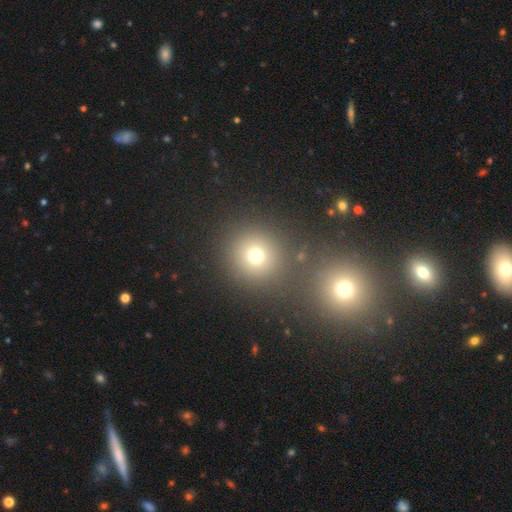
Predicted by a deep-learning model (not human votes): smooth_or_featured: smooth (p=0.71) [alt: star or artifact p=0.20]
how_rounded: round (p=0.92) [alt: in between p=0.07]
merging: none (p=0.77) [alt: merger p=0.12]